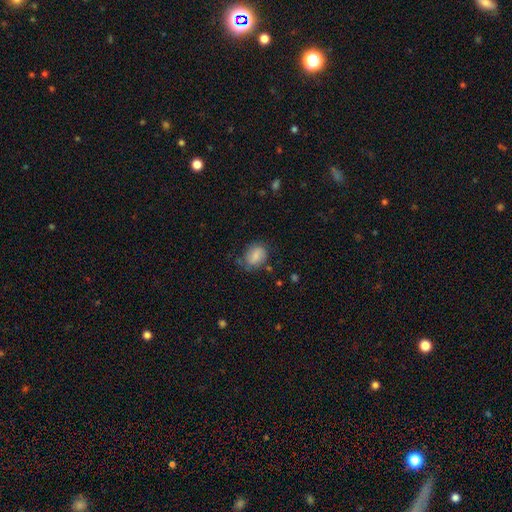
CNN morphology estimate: smooth 75%, featured or disk 17%, star or artifact 8%. Down the decision tree: how rounded — in between (68%); merging — none (62%).